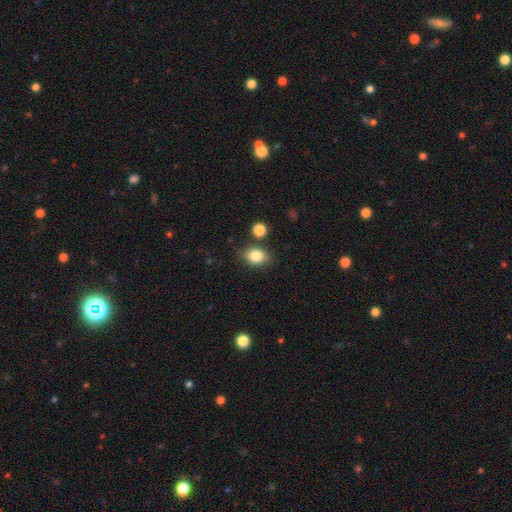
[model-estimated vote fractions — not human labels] A smooth galaxy with no disk features (83%) that is in between round and cigar-shaped (69%).

Vote fractions:
- Smooth or featured? smooth: 83% / star or artifact: 9% / featured or disk: 8%
- How rounded? in between: 69% / round: 29% / cigar-shaped: 1%
- Merging? none: 76% / minor disturbance: 14% / merger: 6% / major disturbance: 4%